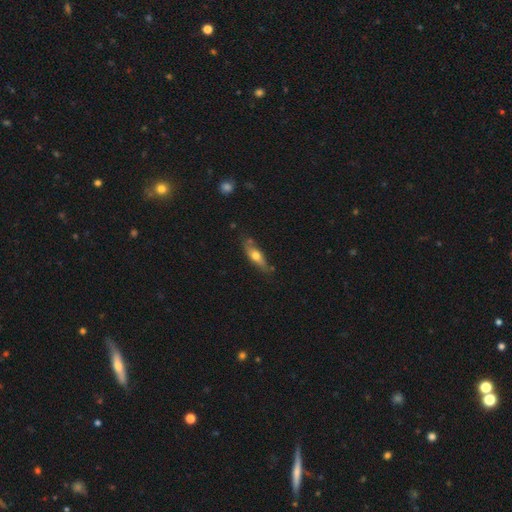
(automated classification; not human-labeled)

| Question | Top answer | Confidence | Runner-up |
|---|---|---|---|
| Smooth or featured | smooth | 55% | featured or disk (38%) |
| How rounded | cigar-shaped | 51% | in between (46%) |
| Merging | none | 71% | minor disturbance (21%) |